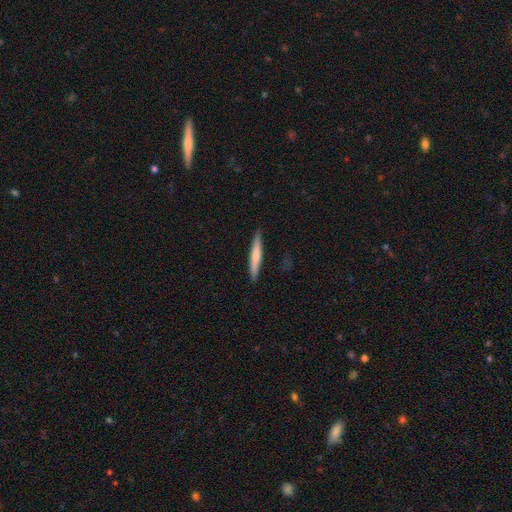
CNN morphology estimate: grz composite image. It shows a smooth galaxy with no disk features (65%) that is cigar-shaped (95%). Merging: none (88%).